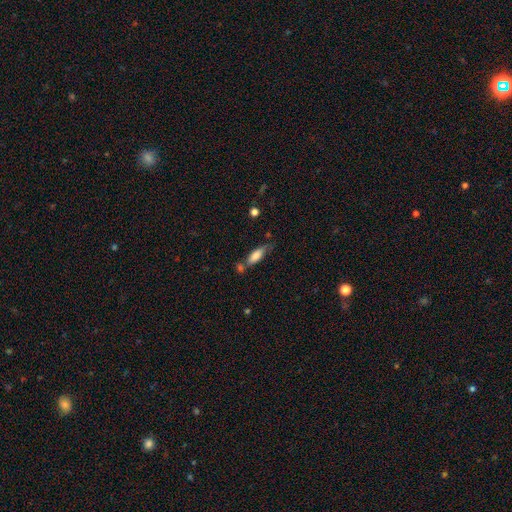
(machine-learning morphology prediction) This is likely a smooth galaxy (76%). How rounded: likely in between (62%). Merging: possibly none (48%).